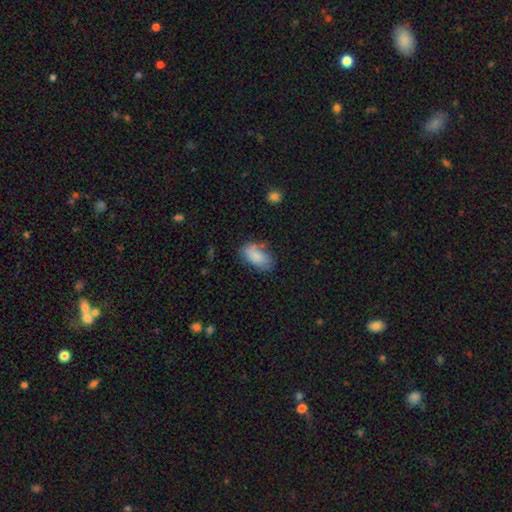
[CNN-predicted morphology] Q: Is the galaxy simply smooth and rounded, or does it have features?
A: smooth — 82%.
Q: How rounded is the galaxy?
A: in between — 92%.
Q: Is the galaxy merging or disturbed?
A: none — 60%.